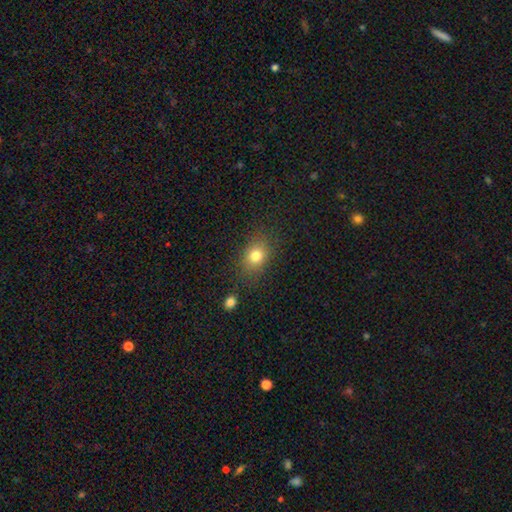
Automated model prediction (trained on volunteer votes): A smooth galaxy with no disk features (79%) that is in between round and cigar-shaped (55%). Merging: none (80%).